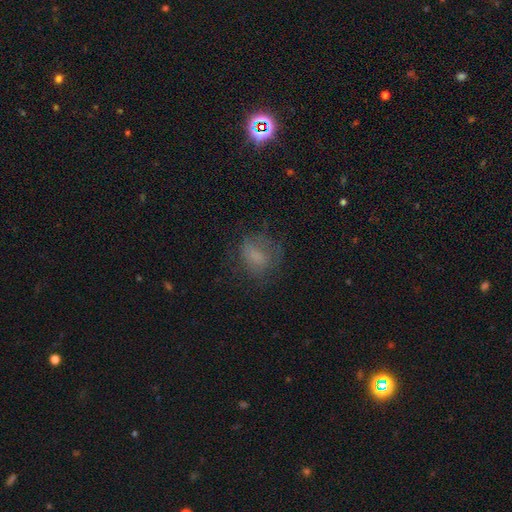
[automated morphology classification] This is likely a smooth galaxy (61%). How rounded: possibly in between (49%, tied with round). Merging: possibly none (60%).